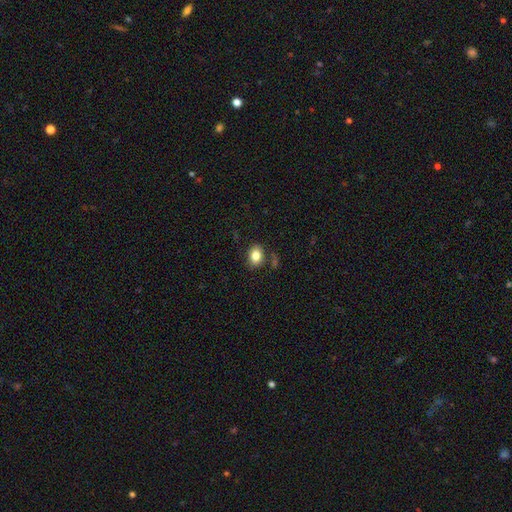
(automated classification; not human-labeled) This appears to be a smooth galaxy with no disk features (82%) that is in between round and cigar-shaped (66%). Merging: none (79%).